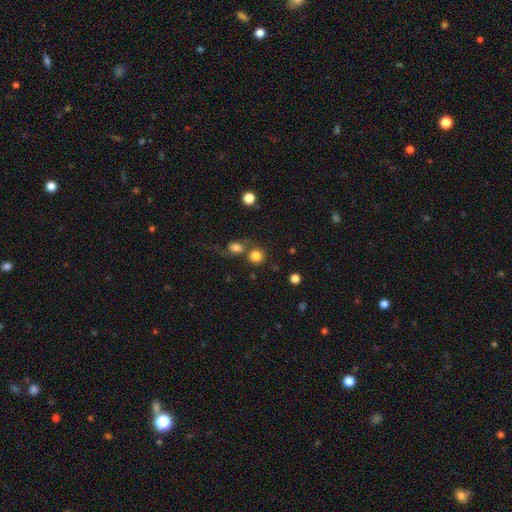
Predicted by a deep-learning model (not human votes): Q: Smooth or featured?
A: smooth (82%); runner-up: star or artifact (11%)
Q: How rounded?
A: round (87%); runner-up: in between (12%)
Q: Merging?
A: none (57%); runner-up: merger (31%)